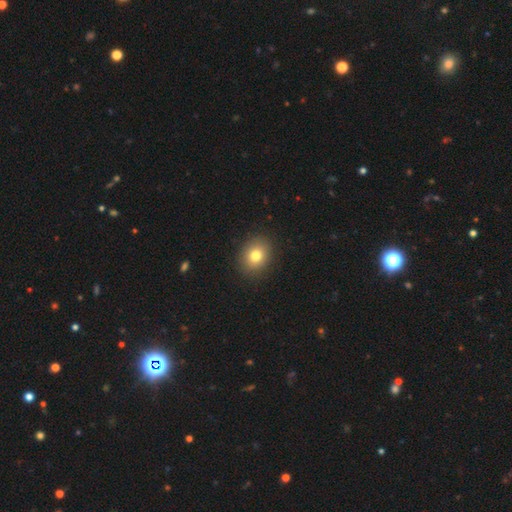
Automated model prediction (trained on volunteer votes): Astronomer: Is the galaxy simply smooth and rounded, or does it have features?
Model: smooth — 80%.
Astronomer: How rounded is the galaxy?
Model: round — 58% (runner-up: in between, 41%).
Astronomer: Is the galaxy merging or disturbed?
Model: none — 90%.